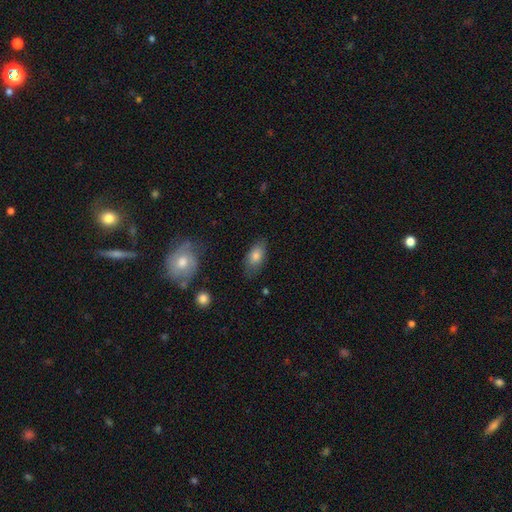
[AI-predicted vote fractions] Smooth or featured?
  - smooth: 75% *
  - featured or disk: 17%
  - star or artifact: 8%
How rounded?
  - in between: 88% *
  - round: 6%
  - cigar-shaped: 5%
Merging?
  - none: 74% *
  - minor disturbance: 18%
  - major disturbance: 5%
  - merger: 2%